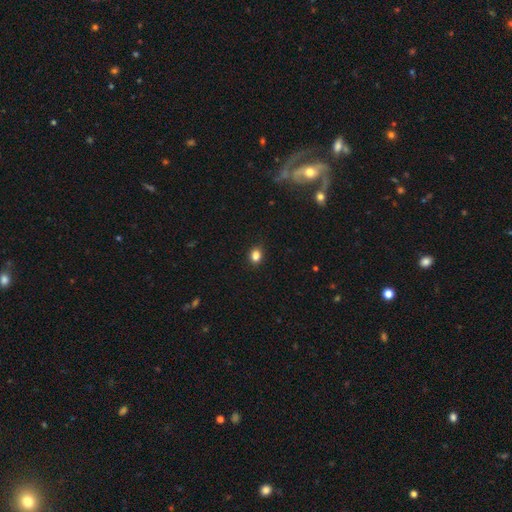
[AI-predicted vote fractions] smooth_or_featured: smooth (p=0.85) [alt: star or artifact p=0.12]
how_rounded: in between (p=0.51) [alt: round p=0.47]
merging: none (p=0.88) [alt: minor disturbance p=0.08]